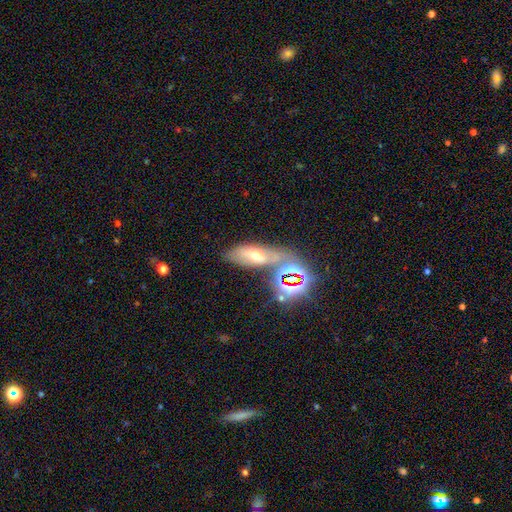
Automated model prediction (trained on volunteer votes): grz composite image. It shows a star or artifact, not a galaxy (38%).